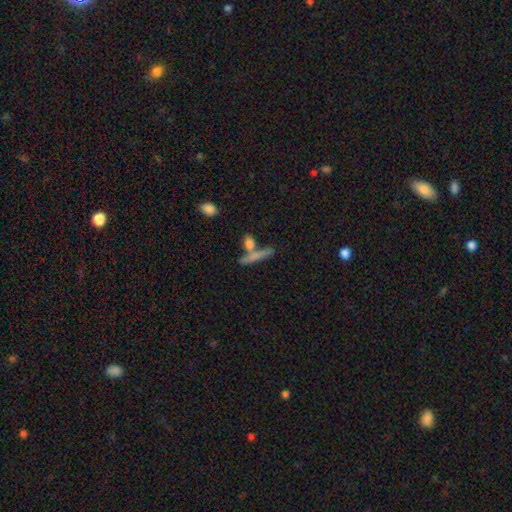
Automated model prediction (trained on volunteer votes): This appears to be a smooth galaxy with no disk features (55%) that is cigar-shaped (82%). Merging: none (63%).